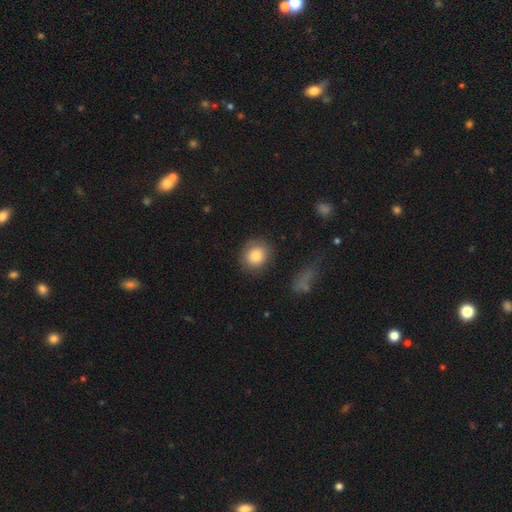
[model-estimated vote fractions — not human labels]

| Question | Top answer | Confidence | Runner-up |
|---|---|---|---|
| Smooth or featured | smooth | 82% | featured or disk (9%) |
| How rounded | round | 82% | in between (17%) |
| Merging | none | 82% | minor disturbance (12%) |